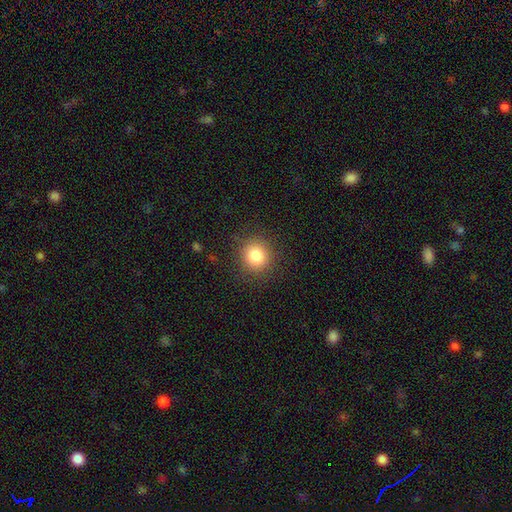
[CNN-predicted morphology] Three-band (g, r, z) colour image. It shows a smooth galaxy with no disk features (83%) that is round (91%). Merging: none (89%).